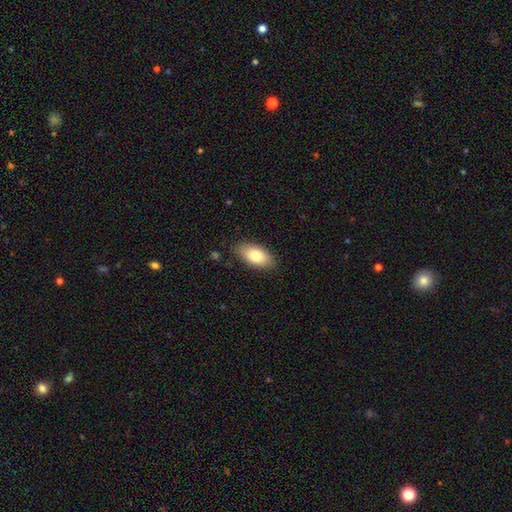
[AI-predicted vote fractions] smooth 79%, featured or disk 14%, star or artifact 7%. Down the decision tree: how rounded — in between (92%); merging — none (83%).